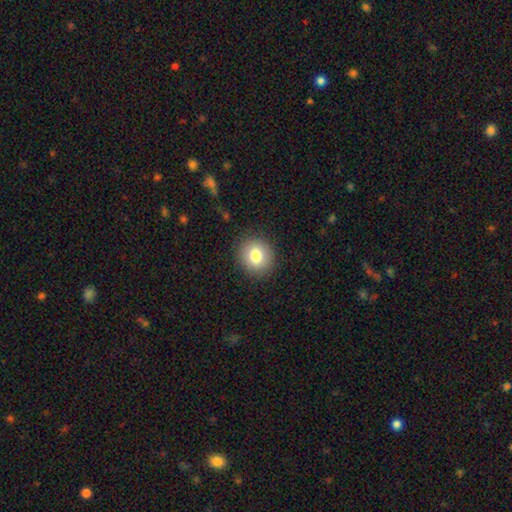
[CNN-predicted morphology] A smooth galaxy with no disk features (81%) that is round (86%).

Vote fractions:
- Smooth or featured? smooth: 81% / featured or disk: 10% / star or artifact: 10%
- How rounded? round: 86% / in between: 13% / cigar-shaped: 1%
- Merging? none: 90% / minor disturbance: 7% / major disturbance: 2% / merger: 1%